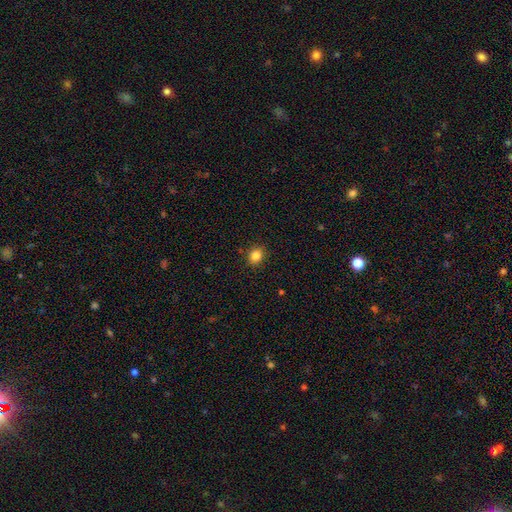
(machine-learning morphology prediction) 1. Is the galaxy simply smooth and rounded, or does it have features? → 84% smooth, 11% star or artifact, 5% featured or disk.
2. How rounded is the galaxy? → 68% round, 31% in between, 1% cigar-shaped.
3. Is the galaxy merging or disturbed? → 89% none, 8% minor disturbance, 2% major disturbance, 1% merger.